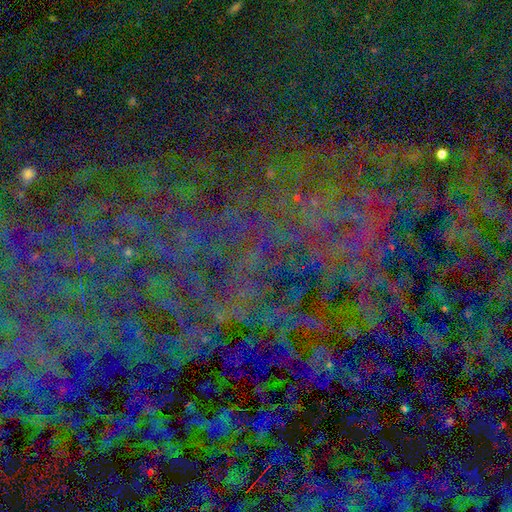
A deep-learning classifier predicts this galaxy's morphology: type=star or artifact (81%).